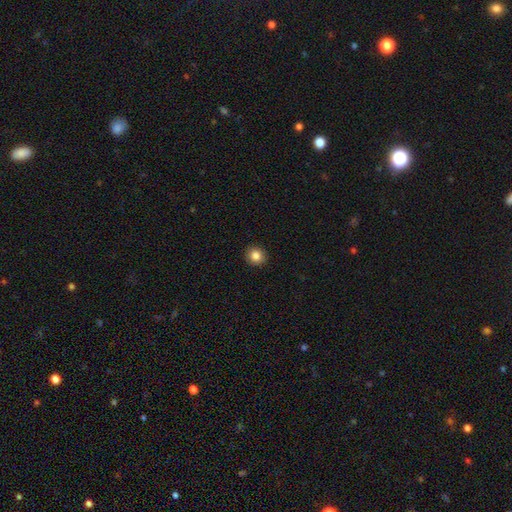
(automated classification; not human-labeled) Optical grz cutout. It shows a smooth galaxy with no disk features (84%) that is round (90%). Merging: none (93%).